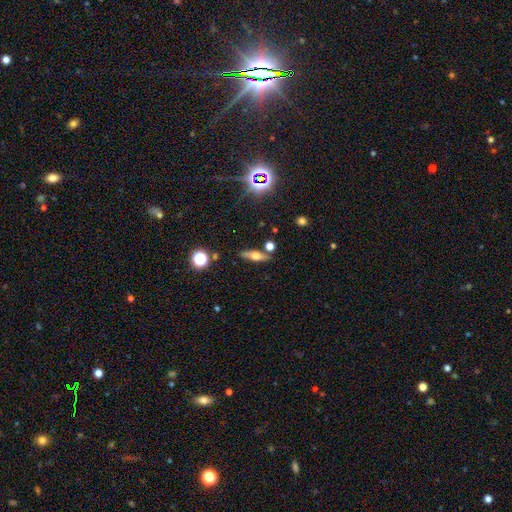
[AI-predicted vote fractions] Q: Smooth or featured?
A: featured or disk (47%); runner-up: smooth (41%)
Q: Merging?
A: none (78%); runner-up: minor disturbance (12%)